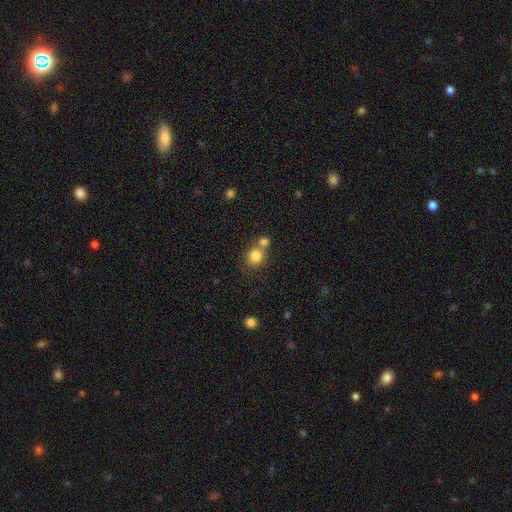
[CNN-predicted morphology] This appears to be a smooth galaxy with no disk features (82%) that is round (81%). Merging: none (52%).